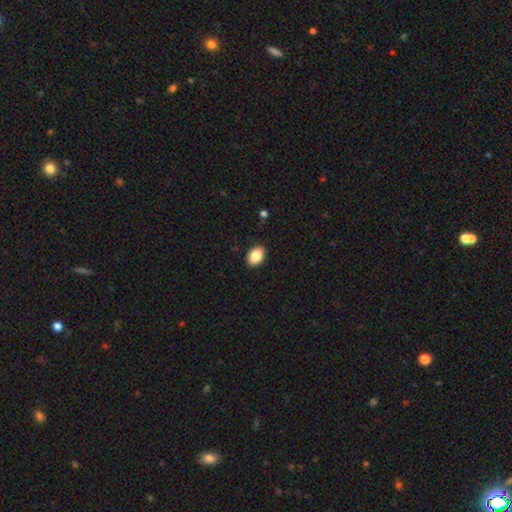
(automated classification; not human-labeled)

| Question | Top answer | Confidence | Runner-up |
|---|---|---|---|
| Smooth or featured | smooth | 86% | star or artifact (8%) |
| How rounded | in between | 81% | round (18%) |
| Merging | none | 90% | minor disturbance (8%) |